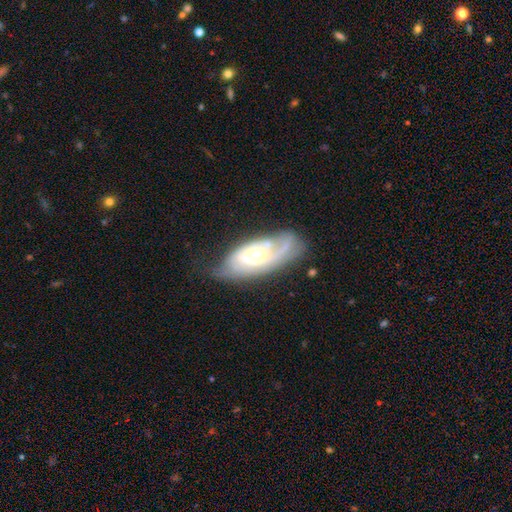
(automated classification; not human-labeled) A featured or disk galaxy (74%) with no bar (62%), tight (52%) spiral arms (83%) and a moderate central bulge (69%). Merging: none (50%).